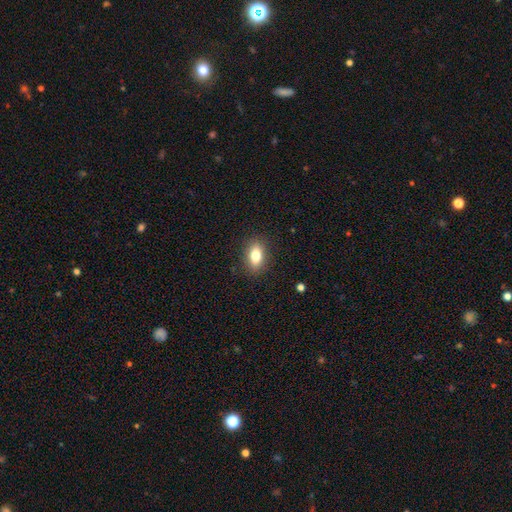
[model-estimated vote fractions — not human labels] Q: Smooth or featured?
A: smooth (80%); runner-up: featured or disk (11%)
Q: How rounded?
A: in between (85%); runner-up: round (9%)
Q: Merging?
A: none (88%); runner-up: minor disturbance (8%)